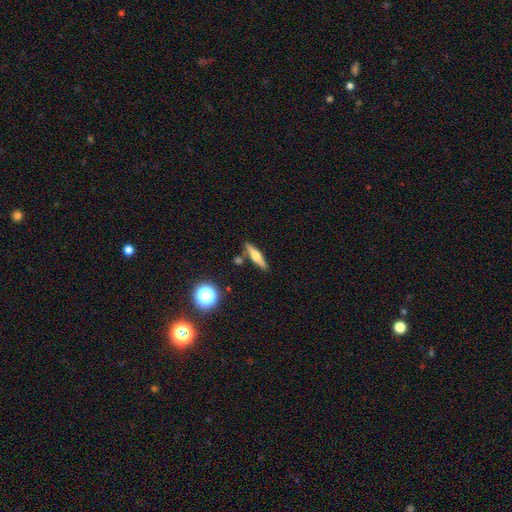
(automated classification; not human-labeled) smooth-or-featured: featured or disk: 55% | smooth: 38% | star or artifact: 8%
  disk-edge-on: yes: 95% | no: 5%
    edge-on-bulge: rounded: 89% | boxy: 7% | none: 4%
  merging: none: 84% | minor disturbance: 9% | merger: 5% | major disturbance: 2%